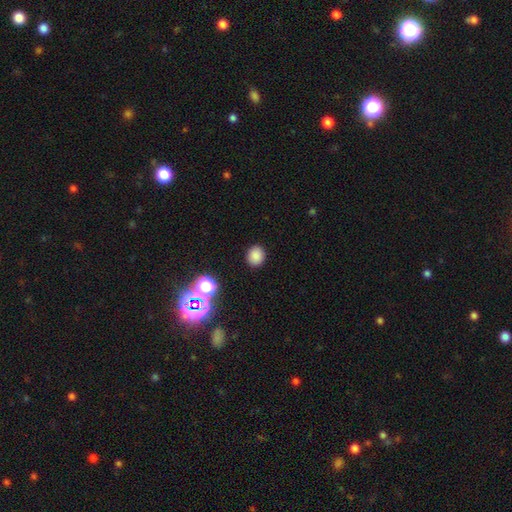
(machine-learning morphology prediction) smooth-or-featured: smooth: 82% | star or artifact: 14% | featured or disk: 5%
  how-rounded: round: 75% | in between: 24% | cigar-shaped: 1%
  merging: none: 90% | minor disturbance: 7% | major disturbance: 2% | merger: 2%